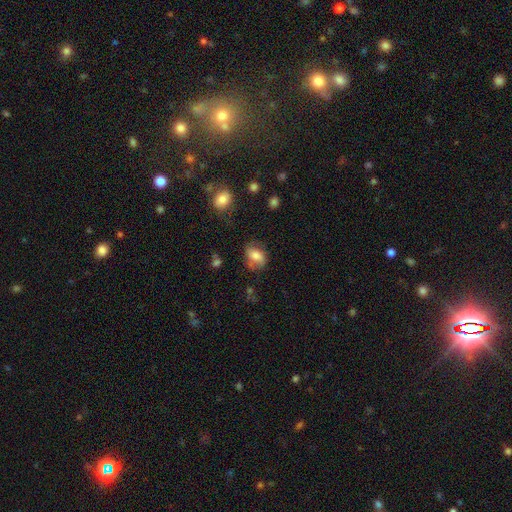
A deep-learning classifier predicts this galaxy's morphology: A smooth galaxy with no disk features (63%) that is in between round and cigar-shaped (74%).

Vote fractions:
- Smooth or featured? smooth: 63% / featured or disk: 29% / star or artifact: 9%
- How rounded? in between: 74% / round: 24% / cigar-shaped: 2%
- Merging? none: 62% / minor disturbance: 24% / major disturbance: 11% / merger: 3%